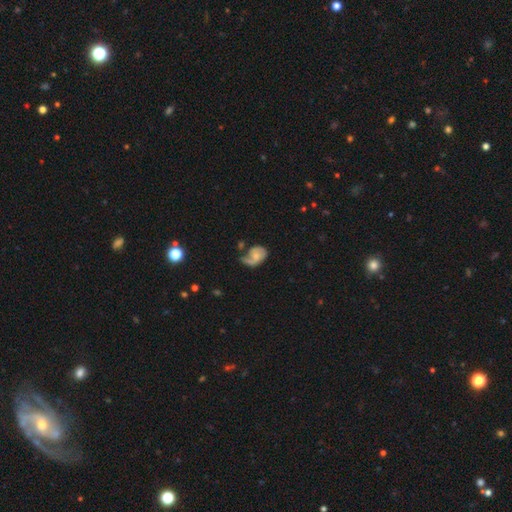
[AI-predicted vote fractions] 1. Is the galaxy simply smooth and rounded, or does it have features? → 65% featured or disk, 28% smooth, 7% star or artifact.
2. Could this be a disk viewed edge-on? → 97% no, 3% yes.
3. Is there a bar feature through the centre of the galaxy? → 71% no, 24% weak, 4% strong.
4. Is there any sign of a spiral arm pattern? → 86% yes, 14% no.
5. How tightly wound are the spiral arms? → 38% medium, 35% loose, 27% tight.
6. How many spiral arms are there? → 54% 1, 35% 2, 8% can't tell, 1% 3, 1% 4, 1% more than 4.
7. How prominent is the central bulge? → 54% small, 29% moderate, 13% none, 3% large, 1% dominant.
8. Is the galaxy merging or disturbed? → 35% none, 30% major disturbance, 28% minor disturbance, 7% merger.